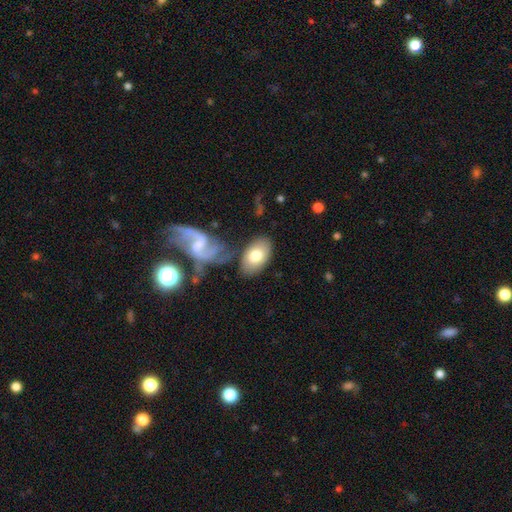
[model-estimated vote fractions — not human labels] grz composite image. It shows a smooth galaxy with no disk features (70%) that is in between round and cigar-shaped (91%). Merging: none (67%).